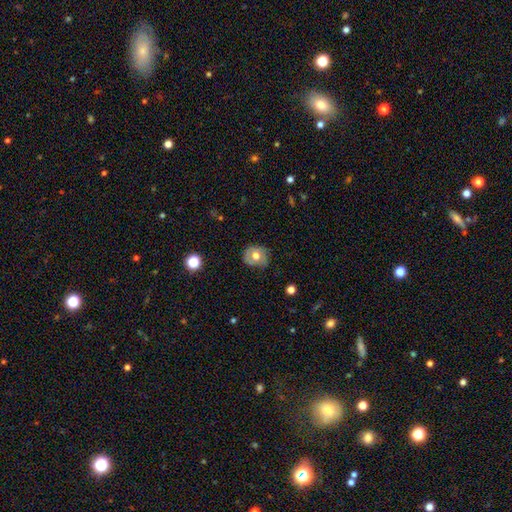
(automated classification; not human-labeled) smooth_or_featured: smooth (p=0.60) [alt: featured or disk p=0.31]
how_rounded: round (p=0.73) [alt: in between p=0.26]
merging: none (p=0.69) [alt: minor disturbance p=0.23]